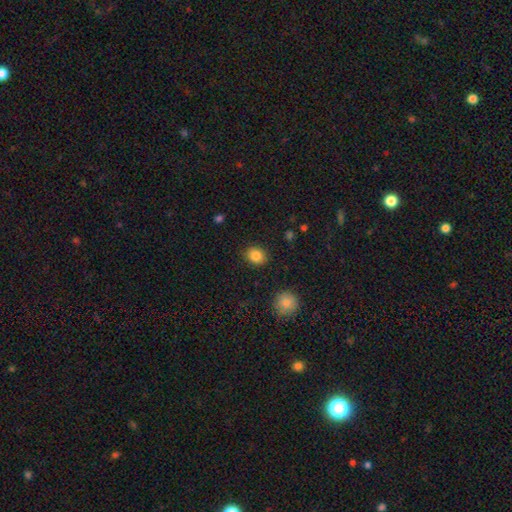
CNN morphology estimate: A smooth galaxy with no disk features (85%) that is round (66%). Merging: none (88%).